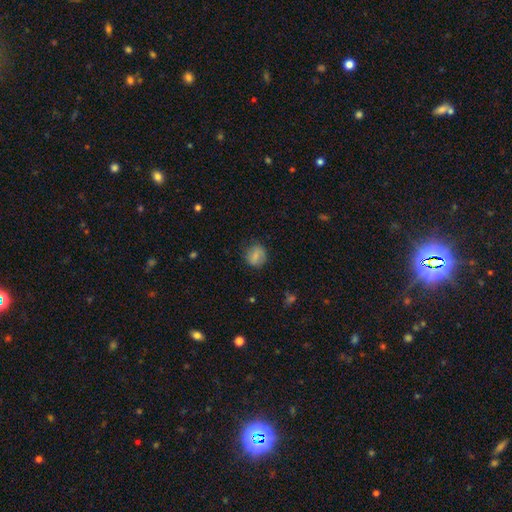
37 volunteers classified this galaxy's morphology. Smooth or featured? 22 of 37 (59%) said smooth. How rounded? 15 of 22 (68%) said round. Merging? 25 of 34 (74%) said none.